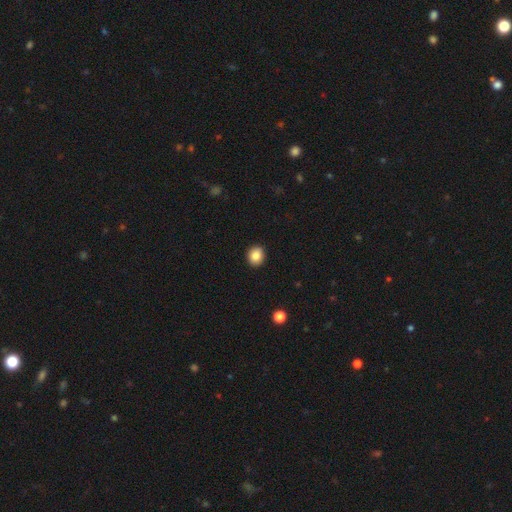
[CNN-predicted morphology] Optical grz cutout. It shows a smooth galaxy with no disk features (85%) that is round (75%). Merging: none (92%).